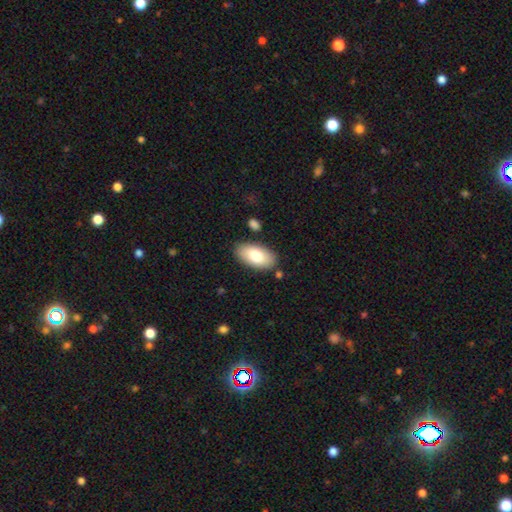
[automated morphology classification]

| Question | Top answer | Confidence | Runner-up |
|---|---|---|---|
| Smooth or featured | smooth | 77% | featured or disk (17%) |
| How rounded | in between | 94% | round (3%) |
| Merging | none | 83% | minor disturbance (11%) |